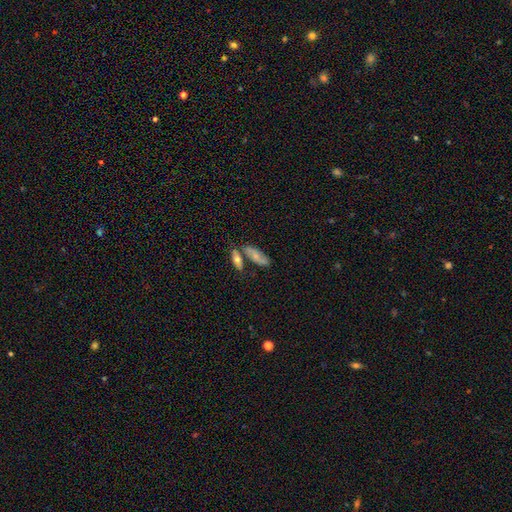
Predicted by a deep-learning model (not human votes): Q: Smooth or featured?
A: smooth (58%); runner-up: featured or disk (35%)
Q: How rounded?
A: in between (70%); runner-up: cigar-shaped (27%)
Q: Merging?
A: none (51%); runner-up: merger (27%)